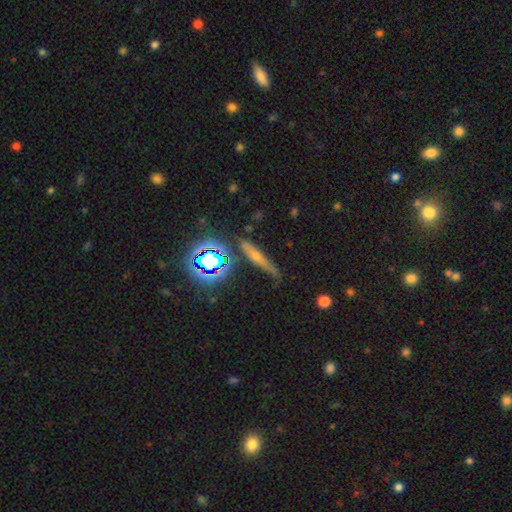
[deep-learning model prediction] A featured or disk galaxy (39%). Merging: none (76%).